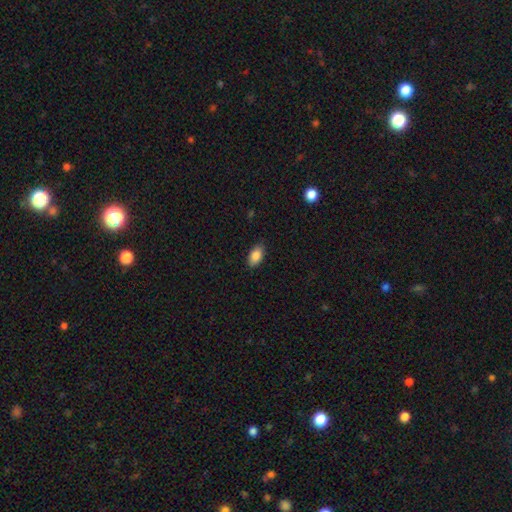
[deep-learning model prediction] smooth_or_featured: smooth (p=0.86) [alt: star or artifact p=0.07]
how_rounded: in between (p=0.92) [alt: round p=0.05]
merging: none (p=0.85) [alt: minor disturbance p=0.12]